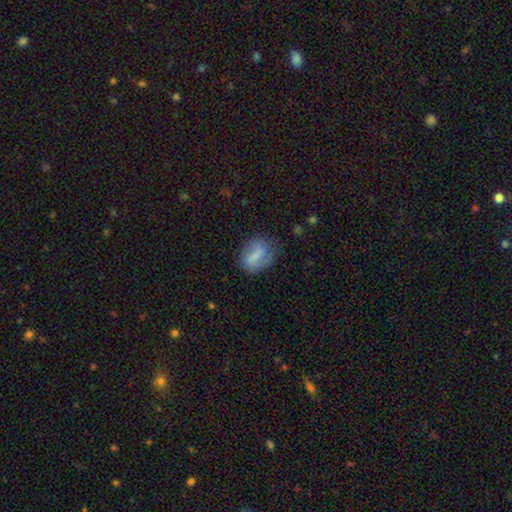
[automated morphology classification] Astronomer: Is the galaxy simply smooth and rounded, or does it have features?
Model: smooth — 60%.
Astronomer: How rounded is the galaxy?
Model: in between — 68%.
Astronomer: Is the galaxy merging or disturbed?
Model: none — 64%.